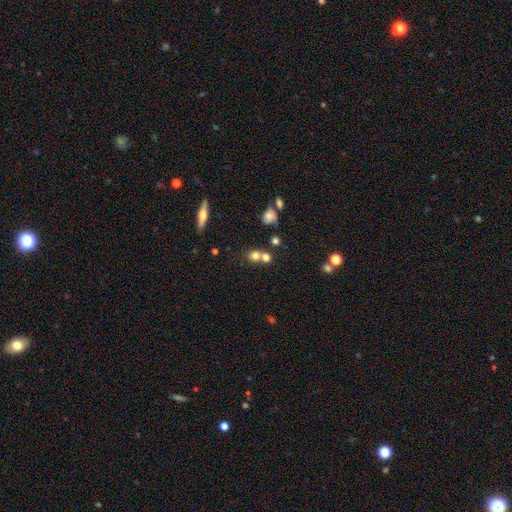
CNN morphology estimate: type=smooth (71%); roundness=round (77%); merging=merger (47%).